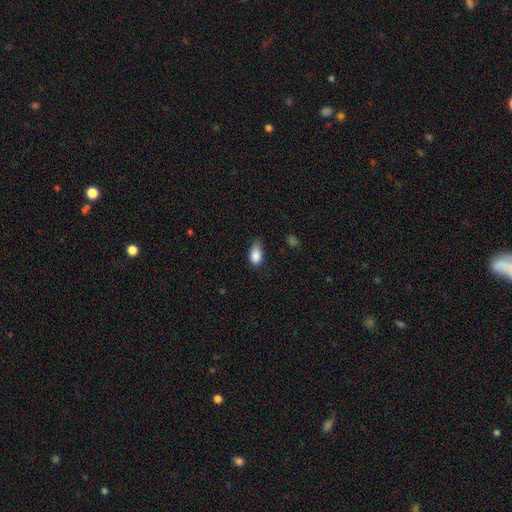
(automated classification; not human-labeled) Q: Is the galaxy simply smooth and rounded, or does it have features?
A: smooth — 86%.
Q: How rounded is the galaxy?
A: in between — 89%.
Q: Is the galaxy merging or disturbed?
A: none — 48%.